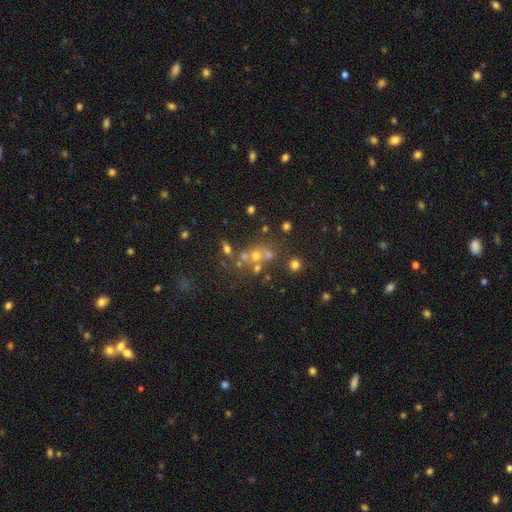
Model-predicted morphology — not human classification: This appears to be a smooth galaxy with no disk features (38%). Merging: none (48%).